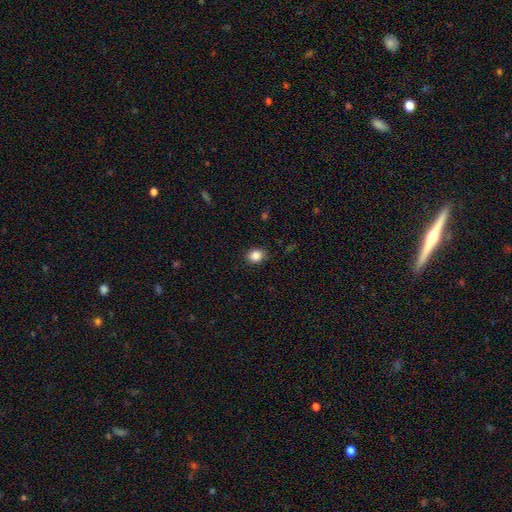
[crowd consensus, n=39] Q: Smooth or featured?
A: smooth (79%); runner-up: featured or disk (10%)
Q: How rounded?
A: round (81%); runner-up: in between (19%)
Q: Merging?
A: none (80%); runner-up: minor disturbance (9%)